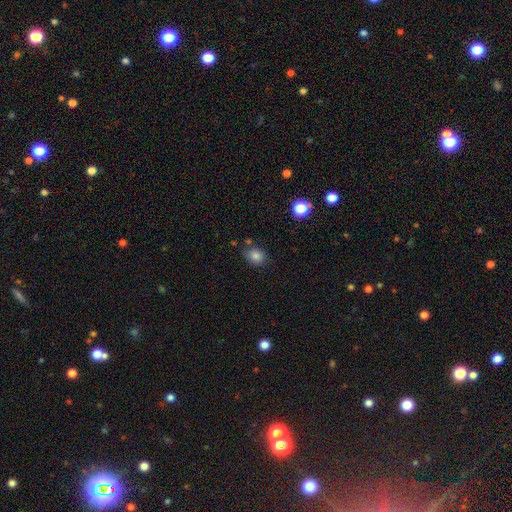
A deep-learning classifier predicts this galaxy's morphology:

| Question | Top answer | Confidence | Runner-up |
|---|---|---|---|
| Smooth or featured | smooth | 82% | star or artifact (12%) |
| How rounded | round | 49% | tied: in between (49%) |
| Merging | none | 72% | minor disturbance (18%) |